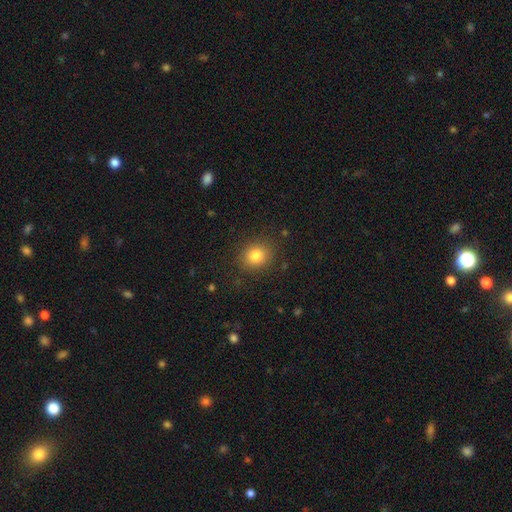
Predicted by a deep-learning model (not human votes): Smooth or featured? smooth (82%)
How rounded? round (73%)
Merging? none (87%)